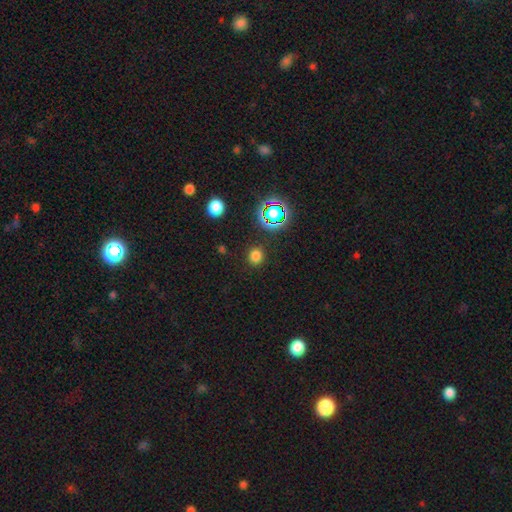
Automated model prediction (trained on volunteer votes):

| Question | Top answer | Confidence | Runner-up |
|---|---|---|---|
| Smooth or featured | smooth | 74% | star or artifact (21%) |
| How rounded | round | 82% | in between (17%) |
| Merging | none | 88% | minor disturbance (7%) |